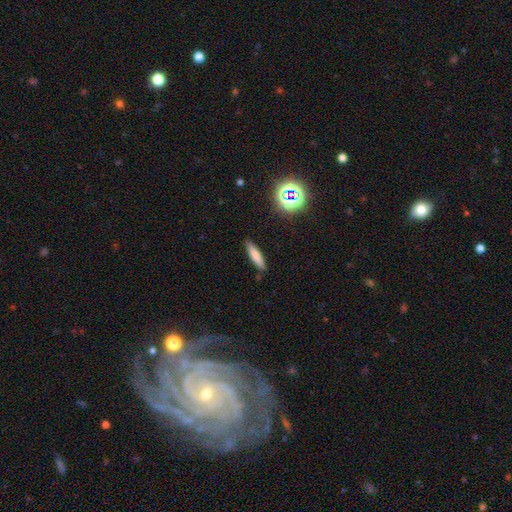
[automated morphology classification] This is likely a smooth galaxy (74%). How rounded: clearly cigar-shaped (80%). Merging: clearly none (88%).